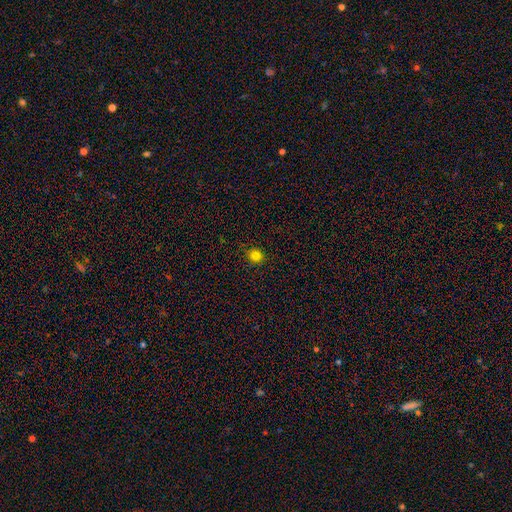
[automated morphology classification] A smooth galaxy with no disk features (81%) that is round (89%).

Vote fractions:
- Smooth or featured? smooth: 81% / star or artifact: 14% / featured or disk: 5%
- How rounded? round: 89% / in between: 10% / cigar-shaped: 1%
- Merging? none: 91% / minor disturbance: 6% / major disturbance: 2% / merger: 1%